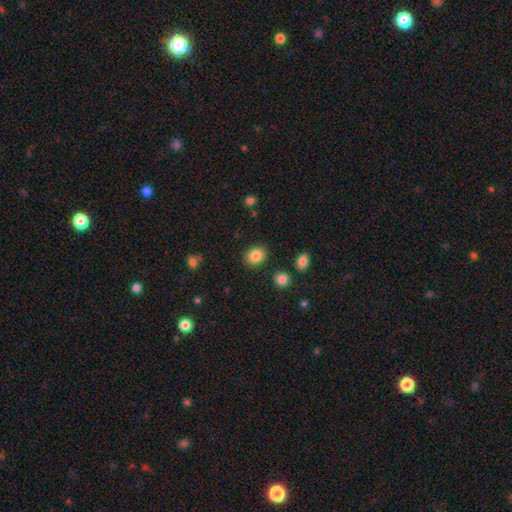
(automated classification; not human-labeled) Q: Smooth or featured?
A: smooth (85%); runner-up: star or artifact (9%)
Q: How rounded?
A: round (59%); runner-up: in between (40%)
Q: Merging?
A: none (87%); runner-up: minor disturbance (8%)